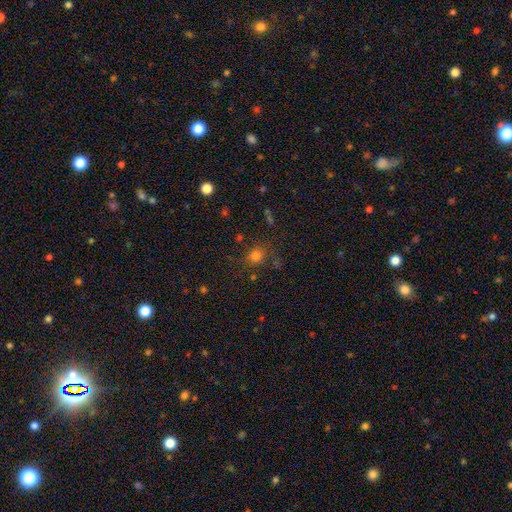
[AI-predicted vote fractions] Smooth or featured: smooth — 69% (star or artifact — 23%)
How rounded: round — 72% (in between — 27%)
Merging: none — 68% (minor disturbance — 16%)